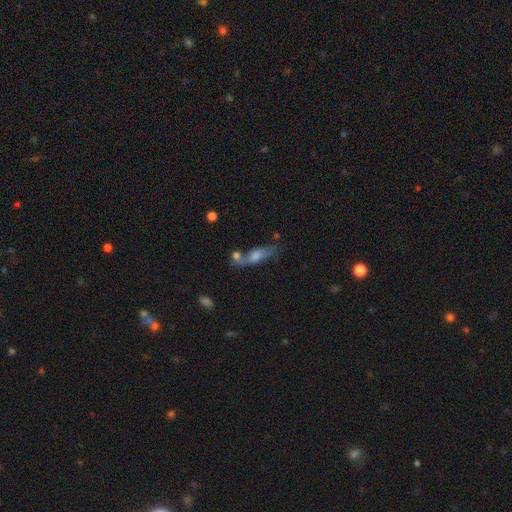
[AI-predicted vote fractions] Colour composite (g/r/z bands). It shows a smooth galaxy with no disk features (46%). Merging: none (49%).